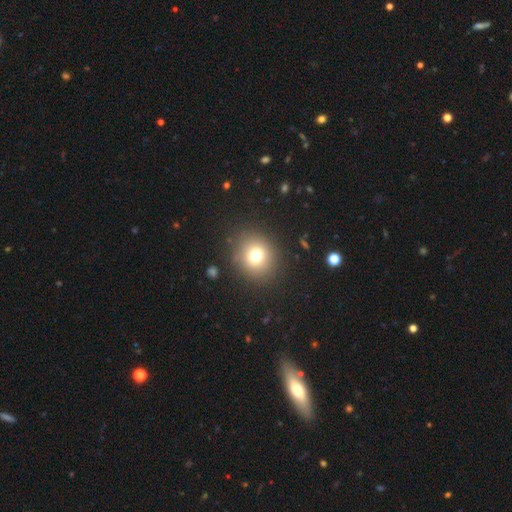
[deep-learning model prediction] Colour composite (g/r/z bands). It shows a smooth galaxy with no disk features (74%) that is round (81%). Merging: none (87%).